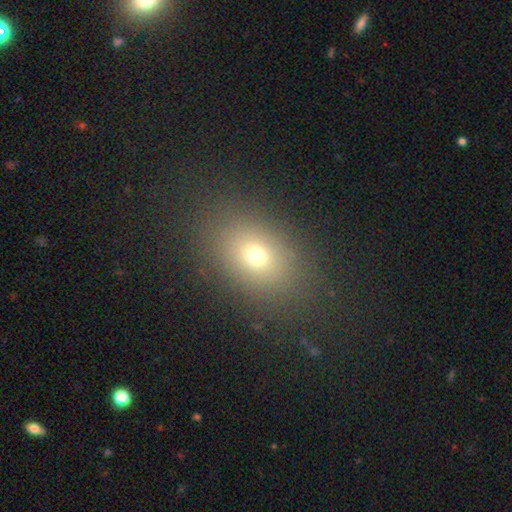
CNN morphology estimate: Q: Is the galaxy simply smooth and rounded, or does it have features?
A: smooth — 69%.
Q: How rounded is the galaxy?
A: in between — 68%.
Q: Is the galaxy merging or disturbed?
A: none — 84%.